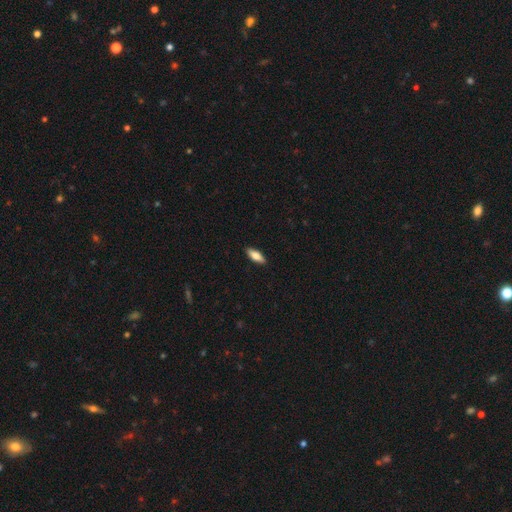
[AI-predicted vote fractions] Smooth or featured? smooth (72%)
How rounded? in between (64%)
Merging? none (90%)